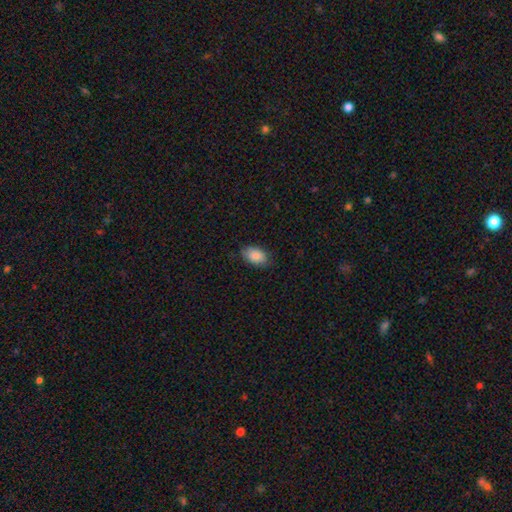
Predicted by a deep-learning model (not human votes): Morphology: type=smooth (87%); roundness=in between (91%); merging=none (80%).